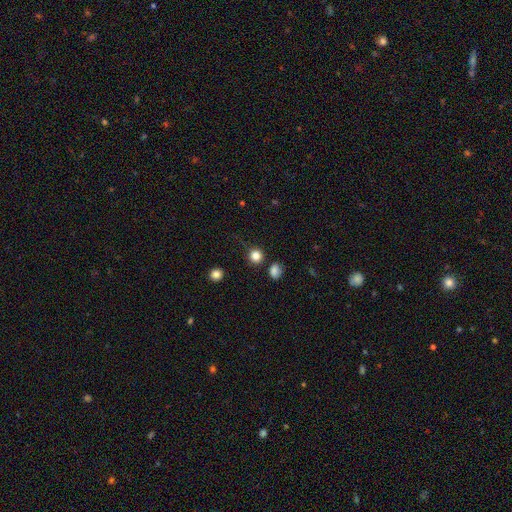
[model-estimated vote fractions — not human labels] smooth_or_featured: smooth (p=0.83) [alt: star or artifact p=0.13]
how_rounded: round (p=0.90) [alt: in between p=0.09]
merging: none (p=0.81) [alt: minor disturbance p=0.10]